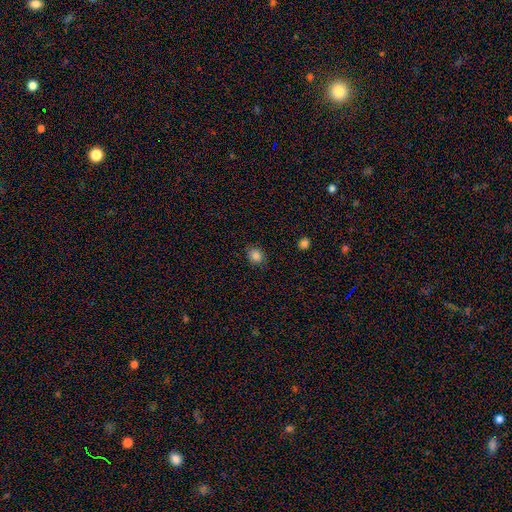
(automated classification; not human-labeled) smooth_or_featured: smooth (p=0.85) [alt: star or artifact p=0.11]
how_rounded: round (p=0.65) [alt: in between p=0.34]
merging: none (p=0.84) [alt: minor disturbance p=0.12]